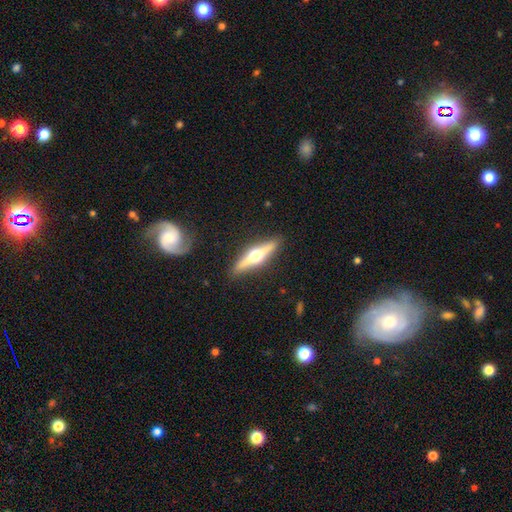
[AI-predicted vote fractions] A featured or disk galaxy (70%) viewed edge-on (96%) with a rounded central bulge (96%). Merging: none (90%).